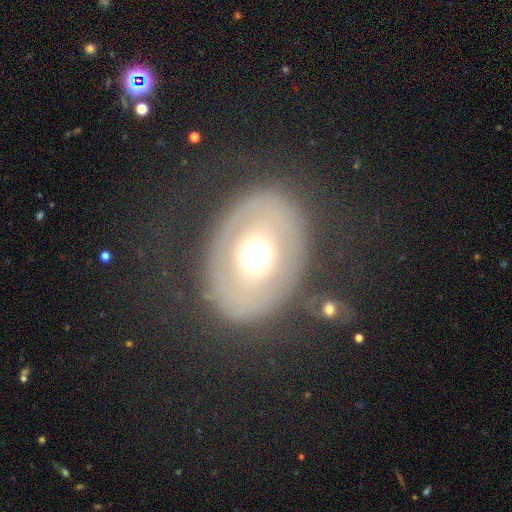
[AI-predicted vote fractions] This appears to be a featured or disk galaxy (54%). Merging: none (70%).